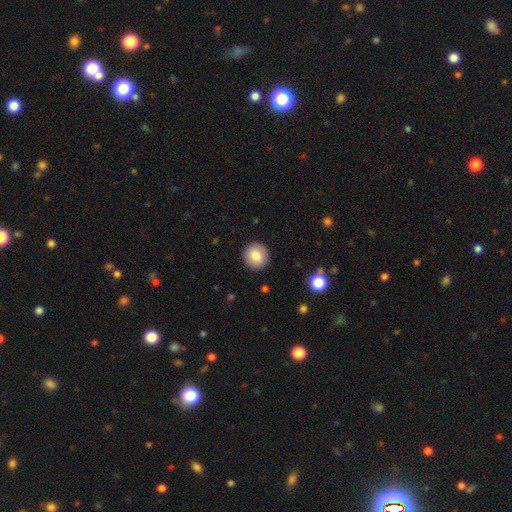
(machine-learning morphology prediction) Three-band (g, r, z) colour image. It shows a smooth galaxy with no disk features (84%) that is round (92%). Merging: none (91%).